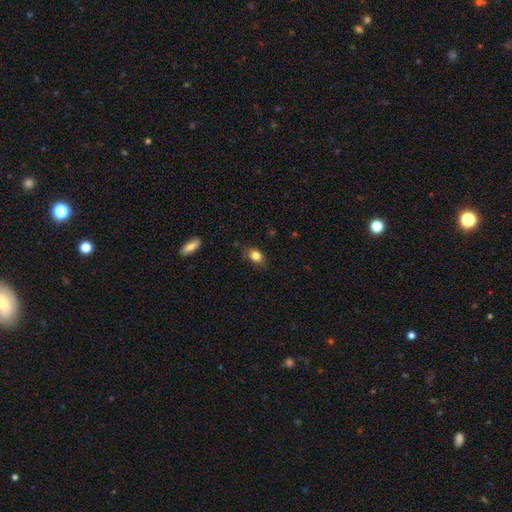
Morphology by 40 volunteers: smooth_or_featured: smooth (p=0.82) [alt: featured or disk p=0.10]
how_rounded: in between (p=0.76) [alt: round p=0.21]
merging: none (p=0.68) [alt: minor disturbance p=0.24]